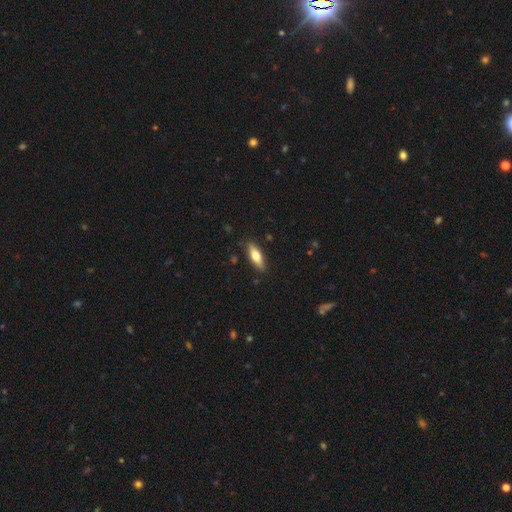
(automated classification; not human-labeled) This is likely a smooth galaxy (65%). How rounded: possibly in between (56%). Merging: clearly none (87%).